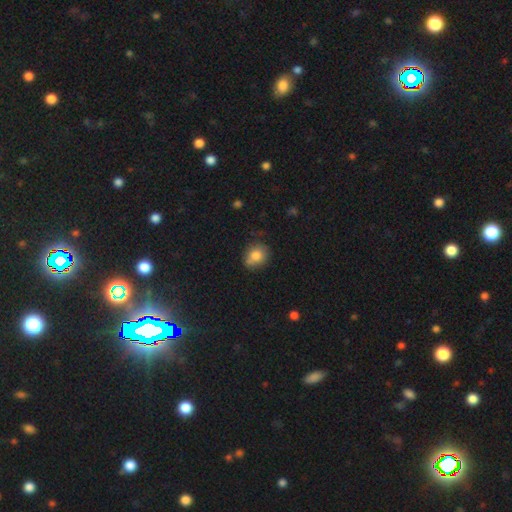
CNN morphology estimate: type=smooth (80%); roundness=round (65%); merging=none (66%).